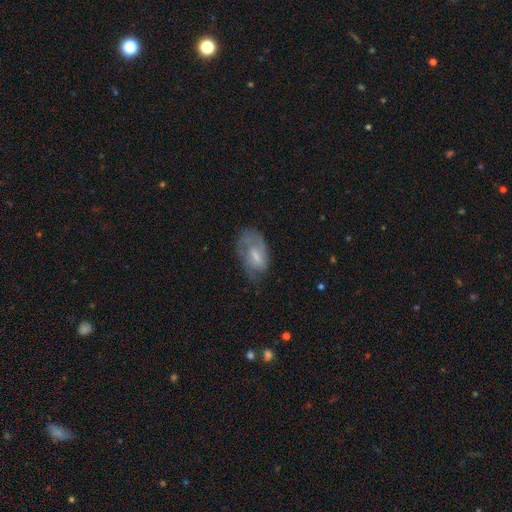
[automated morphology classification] smooth-or-featured: featured or disk: 57% | smooth: 36% | star or artifact: 7%
  disk-edge-on: no: 94% | yes: 6%
    bar: weak: 53% | no: 29% | strong: 18%
    has-spiral-arms: yes: 72% | no: 28%
    bulge-size: small: 37% | moderate: 35% | none: 21% | large: 6% | dominant: 1%
  merging: none: 51% | minor disturbance: 28% | major disturbance: 19% | merger: 2%